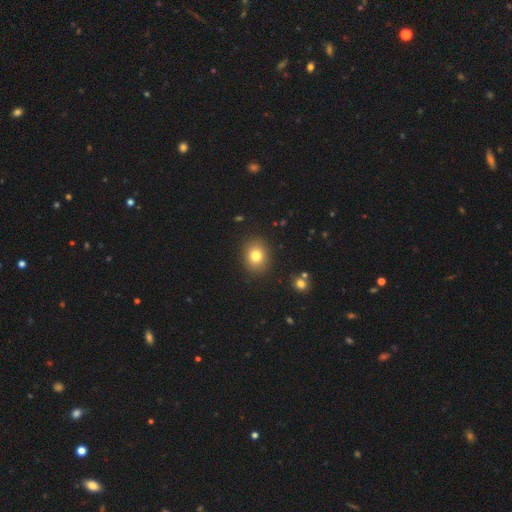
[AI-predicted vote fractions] This is likely a smooth galaxy (79%). How rounded: possibly round (60%). Merging: clearly none (89%).